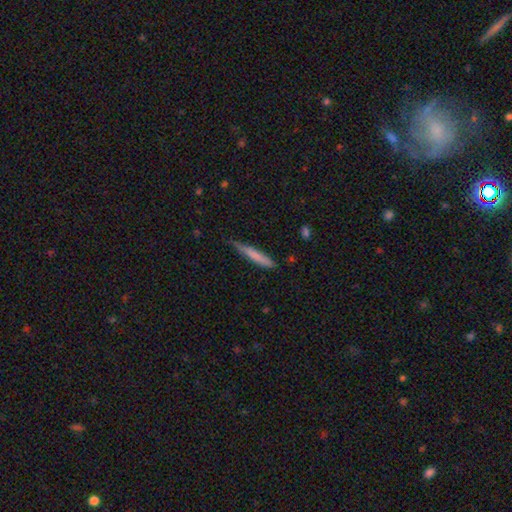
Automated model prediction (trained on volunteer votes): Q: Smooth or featured?
A: smooth (72%); runner-up: featured or disk (22%)
Q: How rounded?
A: cigar-shaped (93%); runner-up: in between (5%)
Q: Merging?
A: none (64%); runner-up: minor disturbance (29%)